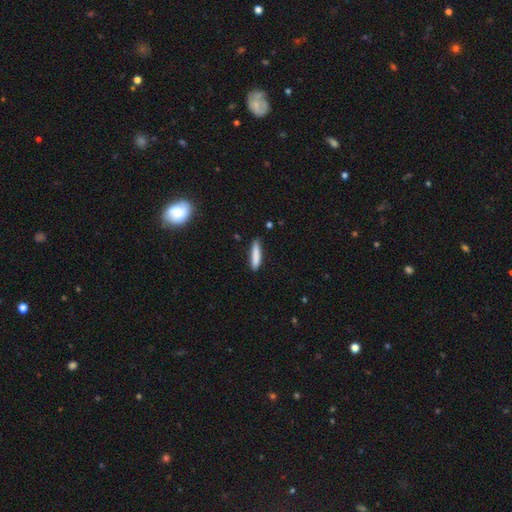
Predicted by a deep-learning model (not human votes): smooth 84%, featured or disk 10%, star or artifact 6%. Down the decision tree: how rounded — cigar-shaped (85%); merging — none (83%).